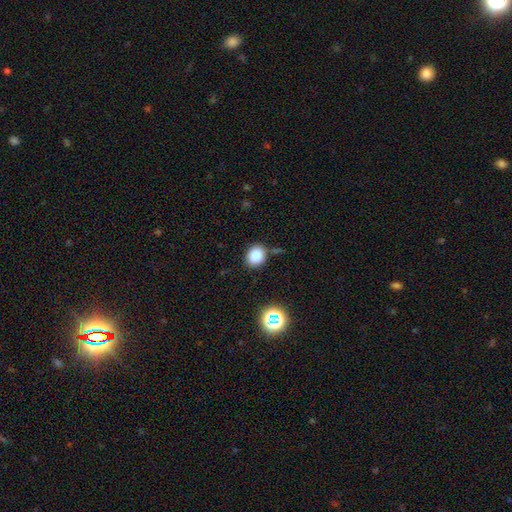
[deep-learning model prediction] smooth 82%, star or artifact 12%, featured or disk 6%. Down the decision tree: how rounded — round (66%); merging — none (81%).